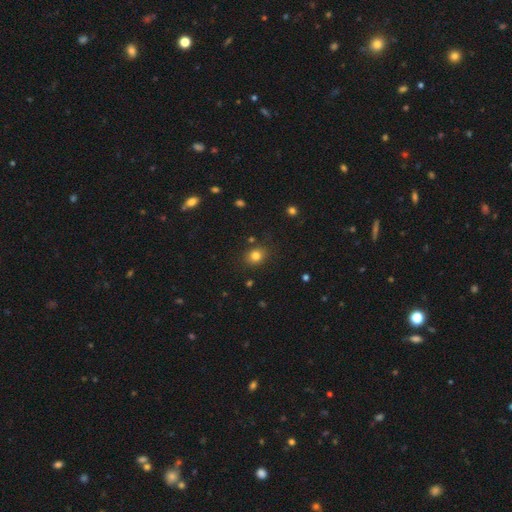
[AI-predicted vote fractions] smooth_or_featured: smooth (p=0.80) [alt: star or artifact p=0.13]
how_rounded: round (p=0.65) [alt: in between p=0.34]
merging: none (p=0.83) [alt: minor disturbance p=0.11]